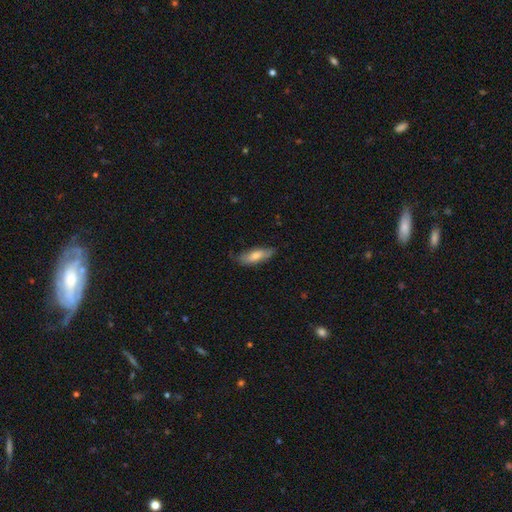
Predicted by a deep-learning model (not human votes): Smooth or featured? Predicted: smooth (p=0.70). How rounded? Predicted: in between (p=0.58). Merging? Predicted: none (p=0.72).